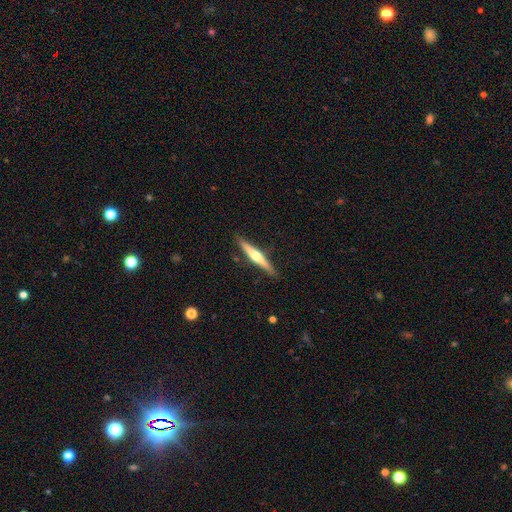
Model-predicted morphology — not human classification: Q: Smooth or featured?
A: featured or disk (64%); runner-up: smooth (31%)
Q: Edge-on disk?
A: yes (97%); runner-up: no (3%)
Q: Edge-on bulge?
A: rounded (89%); runner-up: none (7%)
Q: Merging?
A: none (88%); runner-up: minor disturbance (9%)